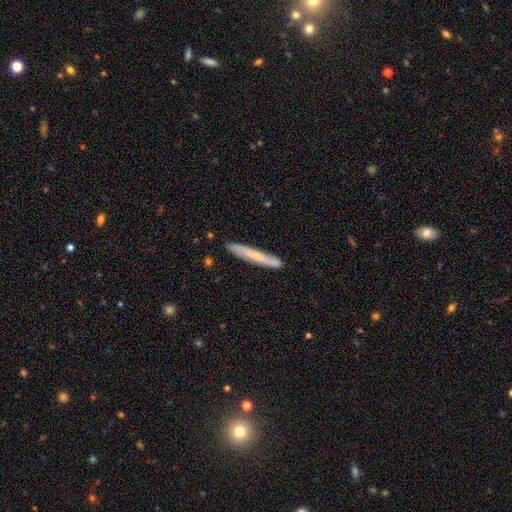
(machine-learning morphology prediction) smooth 60%, featured or disk 34%, star or artifact 6%. Down the decision tree: how rounded — cigar-shaped (96%); merging — none (85%).